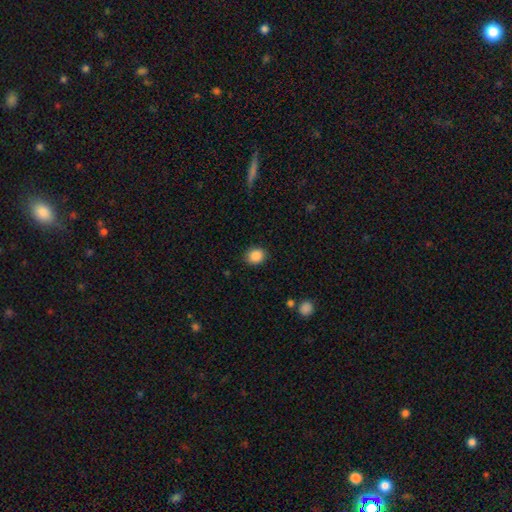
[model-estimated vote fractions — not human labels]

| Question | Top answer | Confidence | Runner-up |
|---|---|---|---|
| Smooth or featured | smooth | 87% | star or artifact (9%) |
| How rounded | round | 69% | in between (30%) |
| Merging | none | 88% | minor disturbance (8%) |